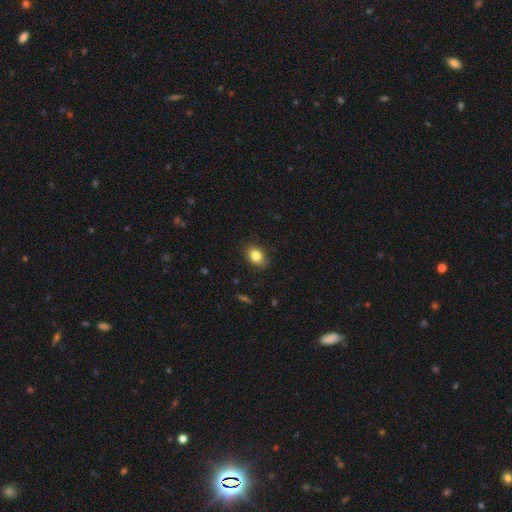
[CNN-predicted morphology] Smooth or featured? smooth (83%)
How rounded? in between (75%)
Merging? none (86%)